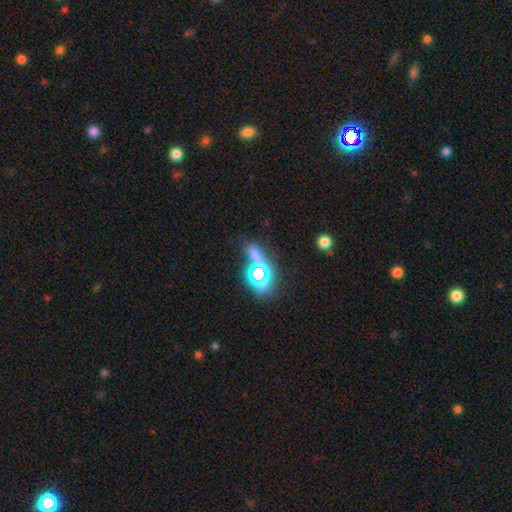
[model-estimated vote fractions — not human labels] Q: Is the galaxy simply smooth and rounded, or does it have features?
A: star or artifact — 49%.